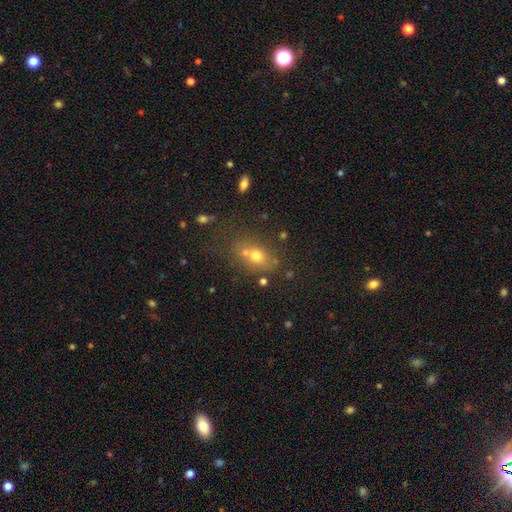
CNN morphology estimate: This is likely a smooth galaxy (66%). How rounded: possibly in between (53%). Merging: possibly none (51%).